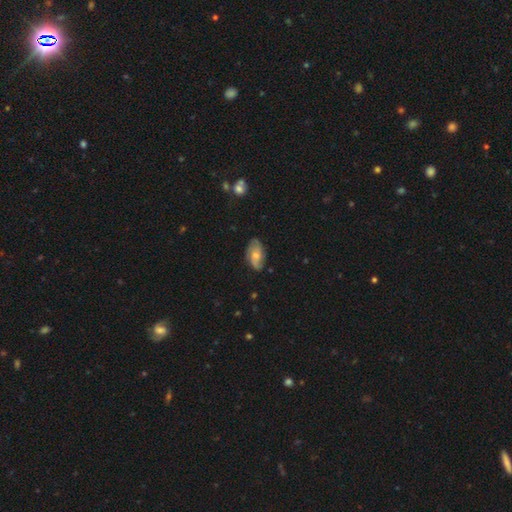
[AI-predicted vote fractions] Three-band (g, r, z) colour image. It shows a featured or disk galaxy (59%) with no bar (68%), spiral arms (86%) and a moderate central bulge (53%). Merging: none (72%).